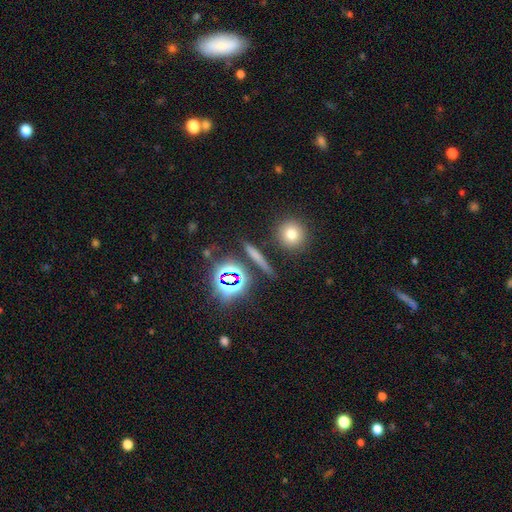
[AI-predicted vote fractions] Morphology: type=smooth (58%); roundness=cigar-shaped (70%); merging=none (86%).